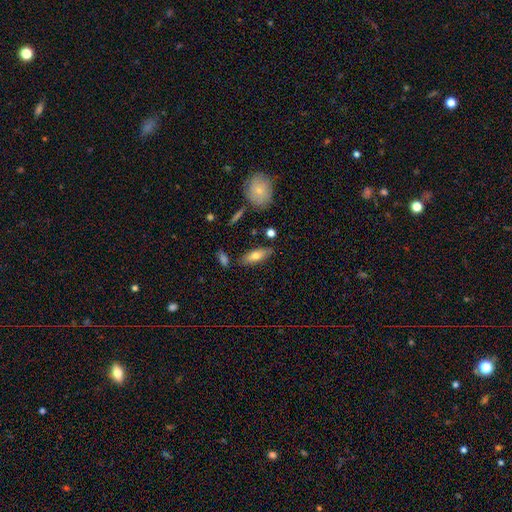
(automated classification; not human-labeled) Morphology: type=smooth (70%); roundness=in between (72%); merging=none (78%).